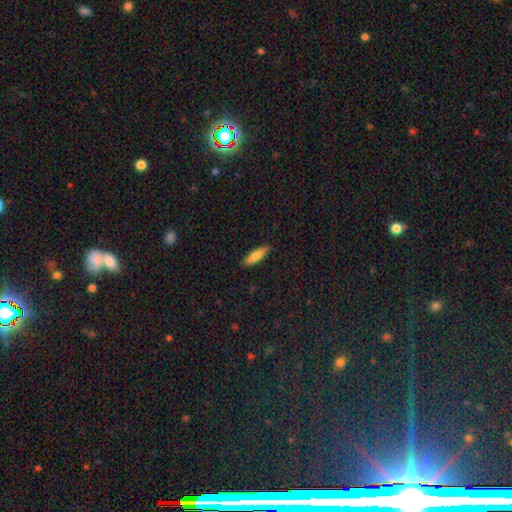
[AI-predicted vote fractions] A smooth galaxy with no disk features (76%) that is cigar-shaped (62%). Merging: none (88%).